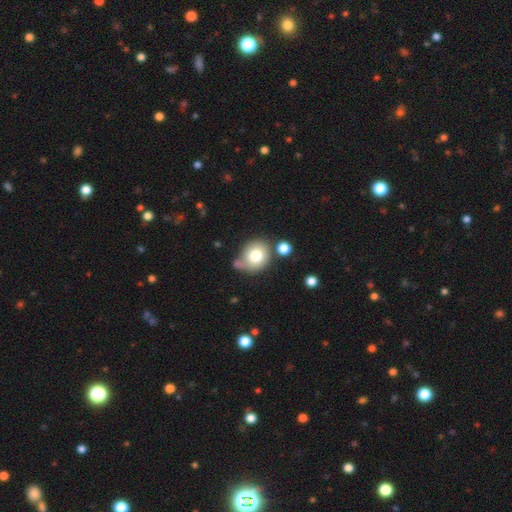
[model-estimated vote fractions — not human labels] Q: Smooth or featured?
A: smooth (77%); runner-up: featured or disk (13%)
Q: How rounded?
A: round (70%); runner-up: in between (29%)
Q: Merging?
A: none (52%); runner-up: minor disturbance (22%)